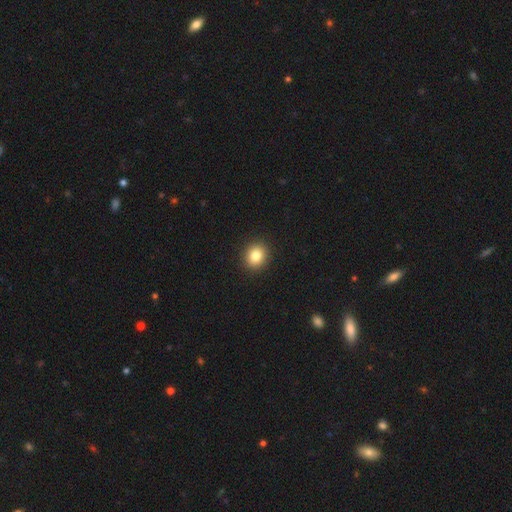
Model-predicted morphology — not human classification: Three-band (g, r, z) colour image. It shows a smooth galaxy with no disk features (83%) that is round (75%). Merging: none (92%).